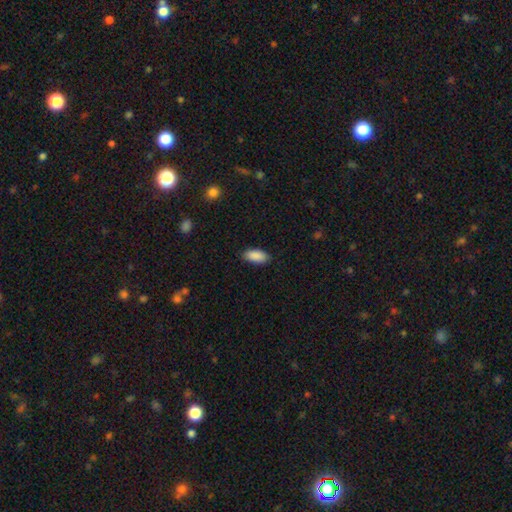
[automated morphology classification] Smooth or featured? smooth (90%)
How rounded? in between (92%)
Merging? none (87%)